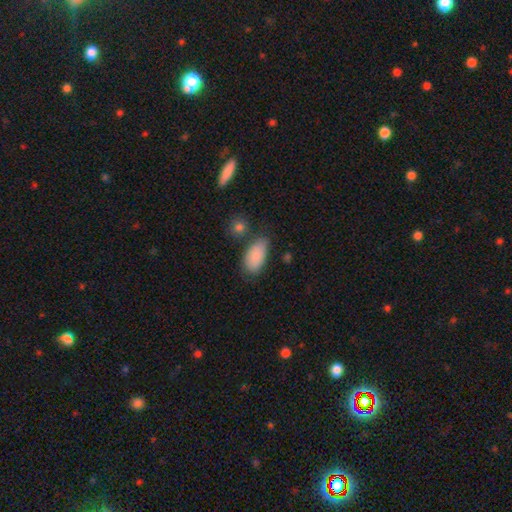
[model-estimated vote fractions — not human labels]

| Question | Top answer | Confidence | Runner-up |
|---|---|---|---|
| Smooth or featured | smooth | 88% | star or artifact (7%) |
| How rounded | in between | 93% | cigar-shaped (4%) |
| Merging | none | 65% | minor disturbance (22%) |